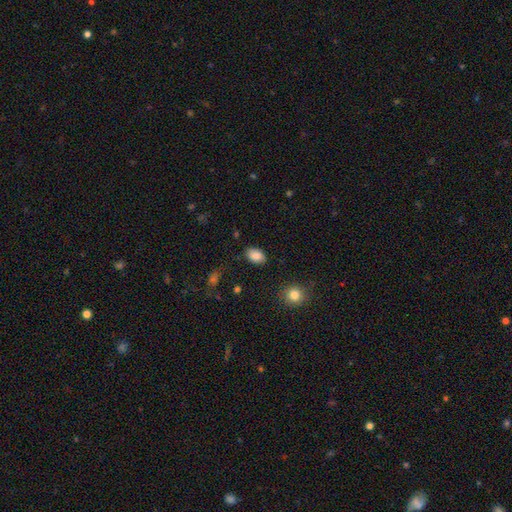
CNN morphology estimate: Q: Smooth or featured?
A: smooth (87%); runner-up: star or artifact (8%)
Q: How rounded?
A: in between (86%); runner-up: round (13%)
Q: Merging?
A: none (85%); runner-up: minor disturbance (11%)